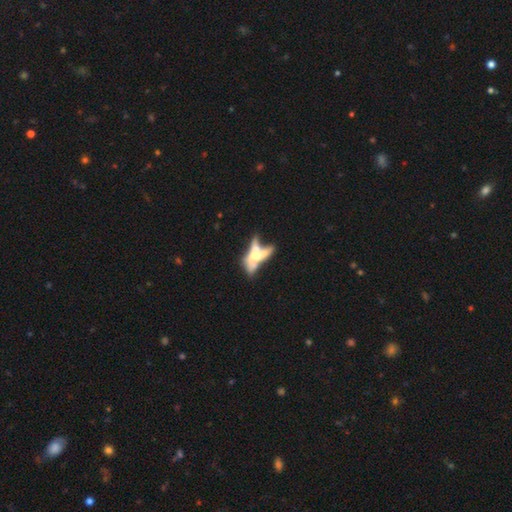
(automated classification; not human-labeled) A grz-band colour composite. It shows a featured or disk galaxy (54%). Merging: merger (56%).